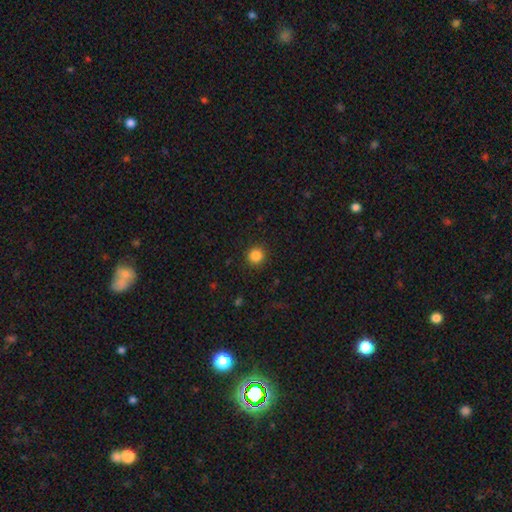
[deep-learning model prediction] Morphology: type=smooth (85%); roundness=round (93%); merging=none (92%).